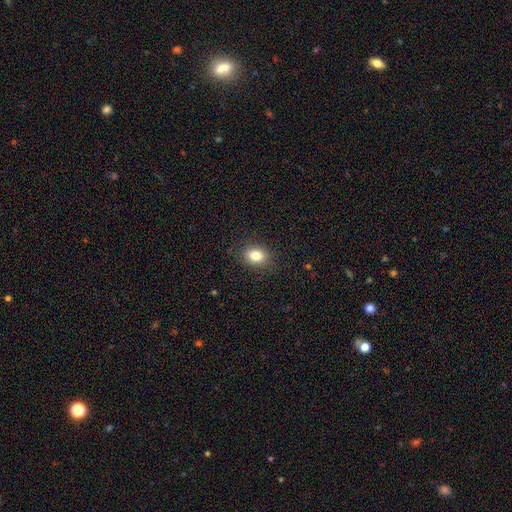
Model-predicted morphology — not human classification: smooth_or_featured: smooth (p=0.83) [alt: star or artifact p=0.10]
how_rounded: in between (p=0.69) [alt: round p=0.30]
merging: none (p=0.87) [alt: minor disturbance p=0.10]